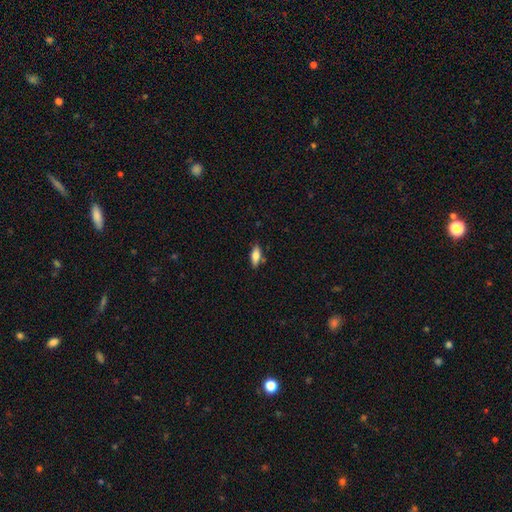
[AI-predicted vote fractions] Overall: smooth (73%). How rounded: in between (77%). Merging: none (80%).